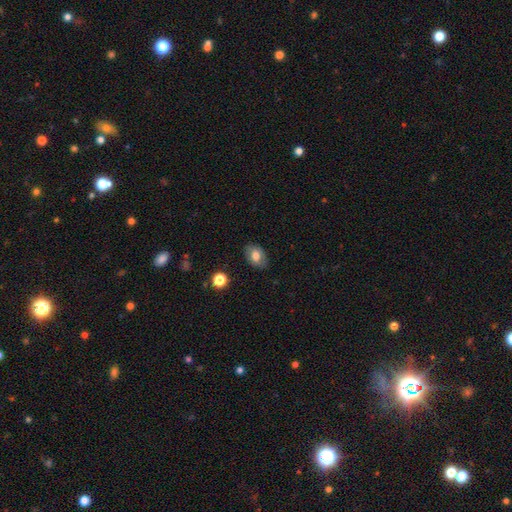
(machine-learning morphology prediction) type=smooth (73%); roundness=in between (81%); merging=none (82%).